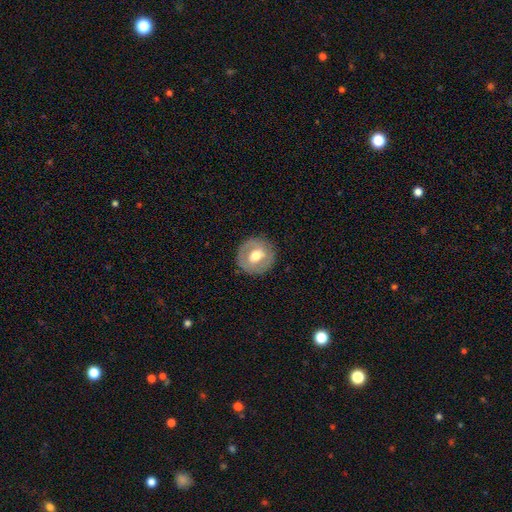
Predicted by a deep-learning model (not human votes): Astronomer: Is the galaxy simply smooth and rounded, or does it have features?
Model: featured or disk — 48% (runner-up: smooth, 45%).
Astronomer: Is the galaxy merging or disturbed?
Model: none — 86%.